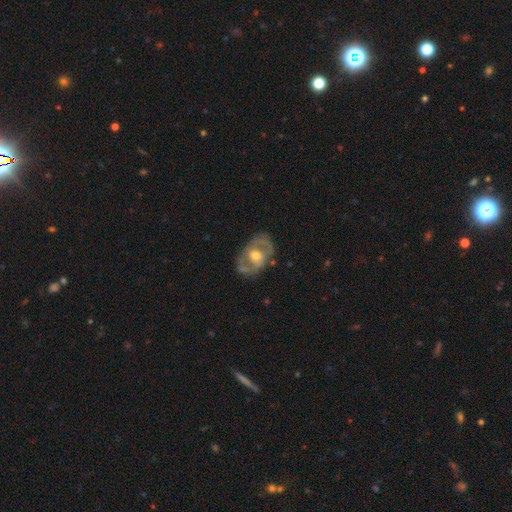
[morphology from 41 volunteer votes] This appears to be a featured or disk galaxy (63%) with no bar (87%), no spiral arms (70%) and a moderate central bulge (65%). Merging: none (63%).